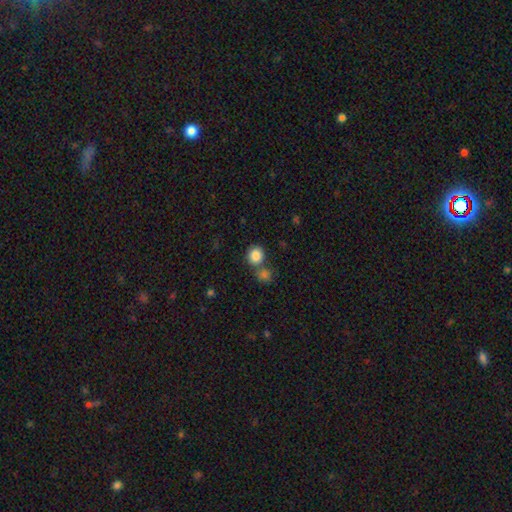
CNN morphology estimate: A smooth galaxy with no disk features (85%) that is round (76%).

Vote fractions:
- Smooth or featured? smooth: 85% / star or artifact: 10% / featured or disk: 5%
- How rounded? round: 76% / in between: 23% / cigar-shaped: 1%
- Merging? none: 61% / merger: 26% / minor disturbance: 9% / major disturbance: 4%